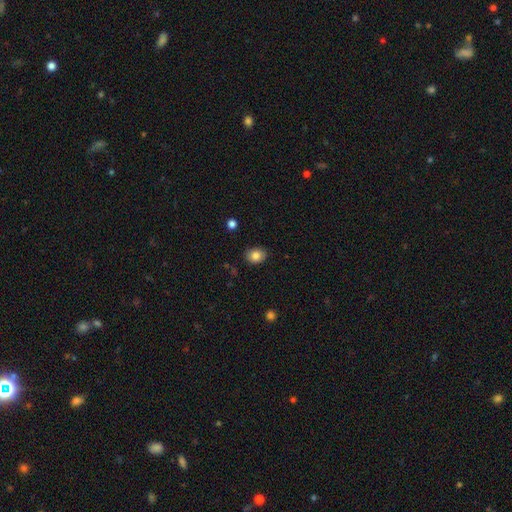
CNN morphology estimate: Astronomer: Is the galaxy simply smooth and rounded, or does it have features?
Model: smooth — 84%.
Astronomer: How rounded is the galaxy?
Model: round — 51% (runner-up: in between, 48%).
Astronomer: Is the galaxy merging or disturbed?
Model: none — 85%.